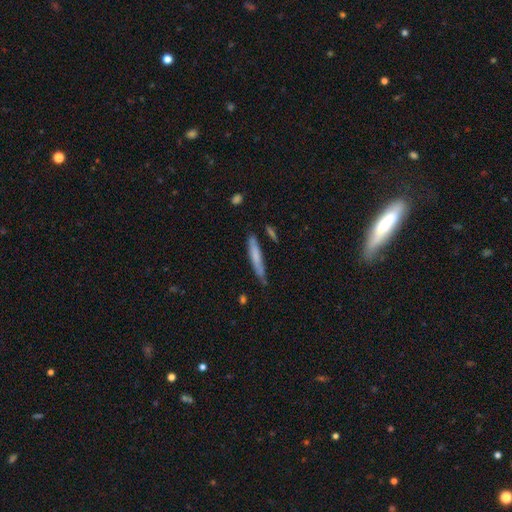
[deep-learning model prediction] This is likely a smooth galaxy (67%). How rounded: clearly cigar-shaped (94%). Merging: likely none (75%).